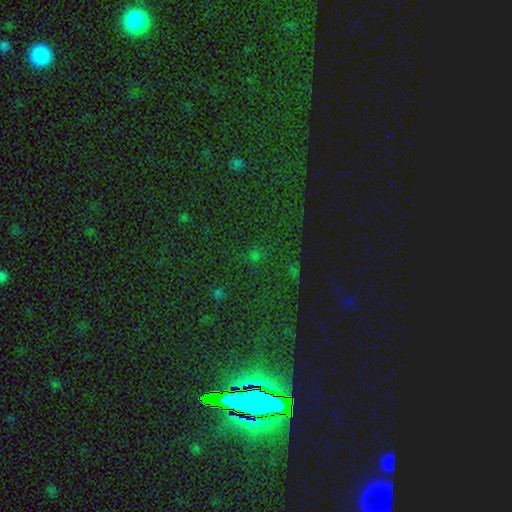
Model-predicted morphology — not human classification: star or artifact 68%, smooth 24%, featured or disk 8%.